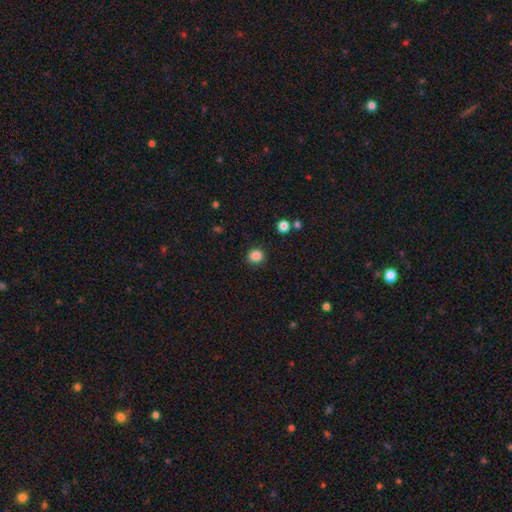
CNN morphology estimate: Smooth or featured: smooth — 86% (star or artifact — 11%)
How rounded: round — 88% (in between — 11%)
Merging: none — 89% (minor disturbance — 7%)